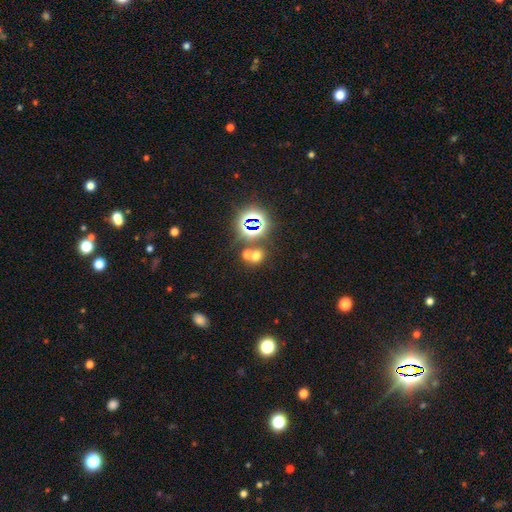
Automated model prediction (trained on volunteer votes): Smooth or featured? smooth (50%)
Merging? none (54%)